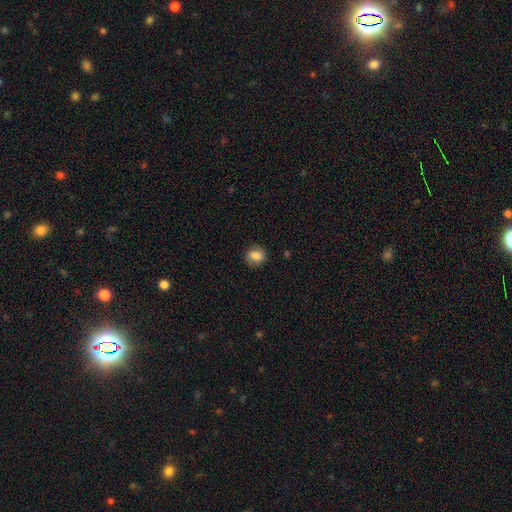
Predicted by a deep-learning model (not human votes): Q: Smooth or featured?
A: smooth (83%); runner-up: star or artifact (9%)
Q: How rounded?
A: round (57%); runner-up: in between (42%)
Q: Merging?
A: none (82%); runner-up: minor disturbance (13%)